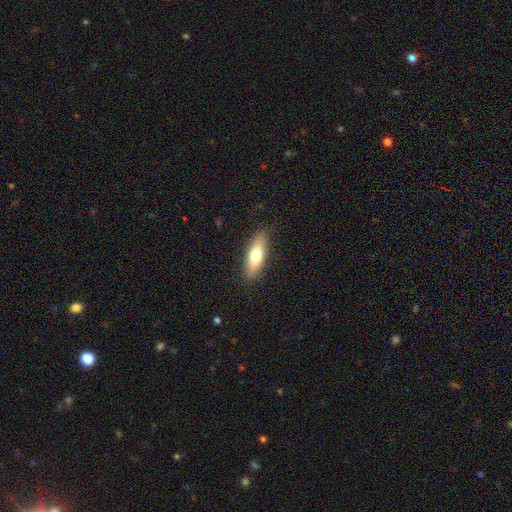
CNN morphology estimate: smooth-or-featured: smooth: 66% | featured or disk: 27% | star or artifact: 6%
  how-rounded: in between: 52% | cigar-shaped: 45% | round: 2%
  merging: none: 87% | minor disturbance: 10% | major disturbance: 2% | merger: 1%